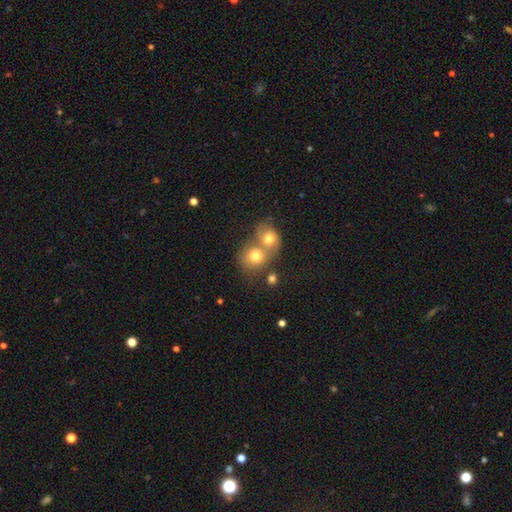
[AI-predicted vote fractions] Smooth or featured: smooth — 73% (featured or disk — 15%)
How rounded: round — 76% (in between — 23%)
Merging: merger — 62% (none — 29%)